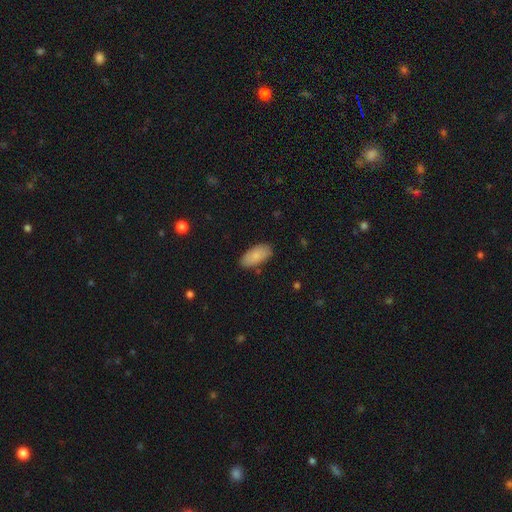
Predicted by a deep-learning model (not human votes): smooth-or-featured: smooth: 85% | featured or disk: 9% | star or artifact: 6%
  how-rounded: in between: 92% | cigar-shaped: 6% | round: 2%
  merging: none: 84% | minor disturbance: 12% | major disturbance: 2% | merger: 2%